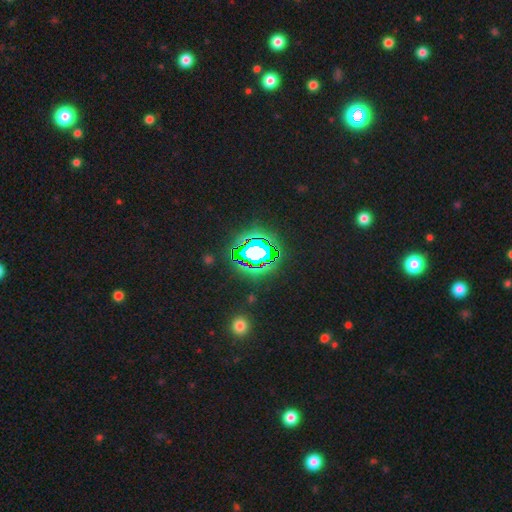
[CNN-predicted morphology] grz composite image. It shows a star or artifact, not a galaxy (73%).